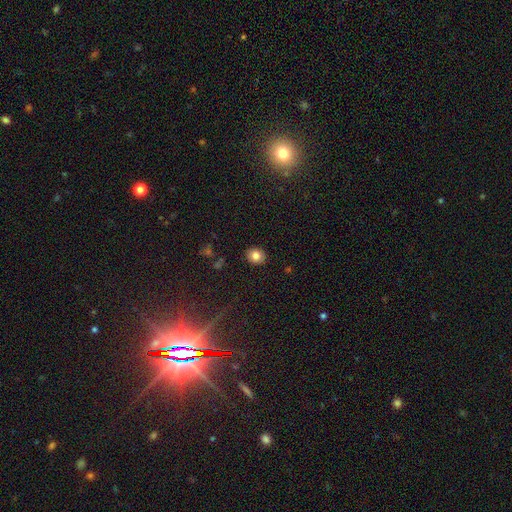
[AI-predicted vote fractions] A smooth galaxy with no disk features (82%) that is round (72%). Merging: none (90%).